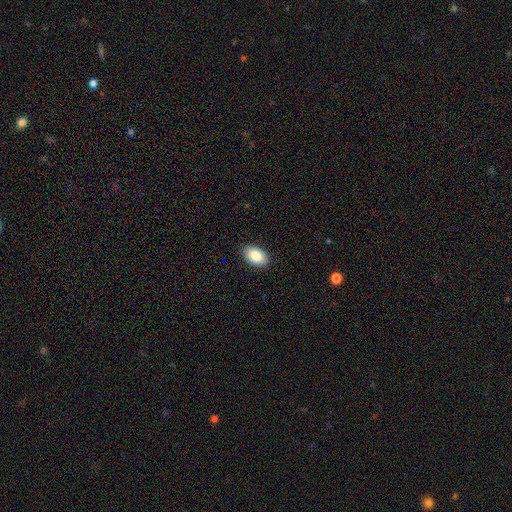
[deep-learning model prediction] Morphology: type=smooth (86%); roundness=in between (93%); merging=none (89%).